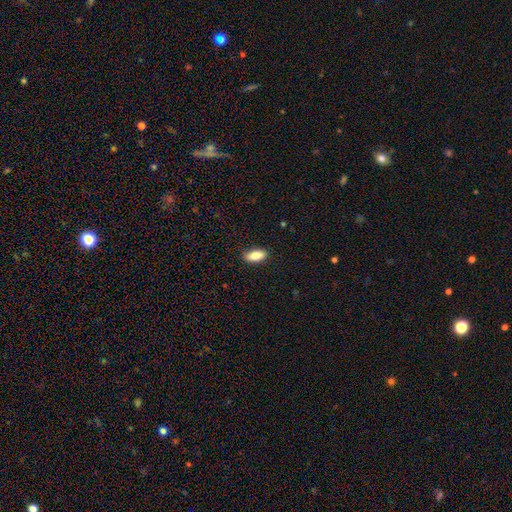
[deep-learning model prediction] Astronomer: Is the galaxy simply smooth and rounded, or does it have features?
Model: smooth — 86%.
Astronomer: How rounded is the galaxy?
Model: in between — 86%.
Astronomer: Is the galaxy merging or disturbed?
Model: none — 87%.